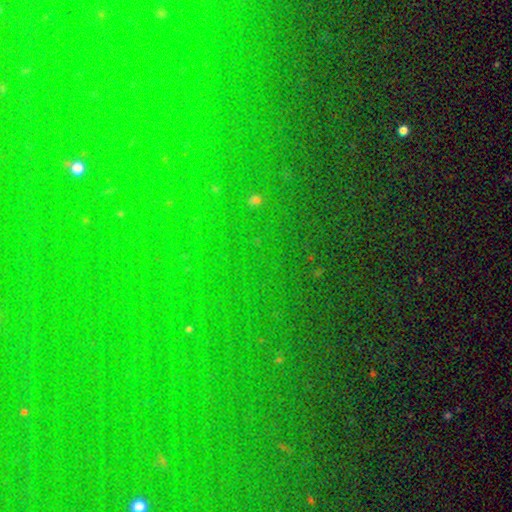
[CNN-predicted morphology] A star or artifact, not a galaxy (80%).